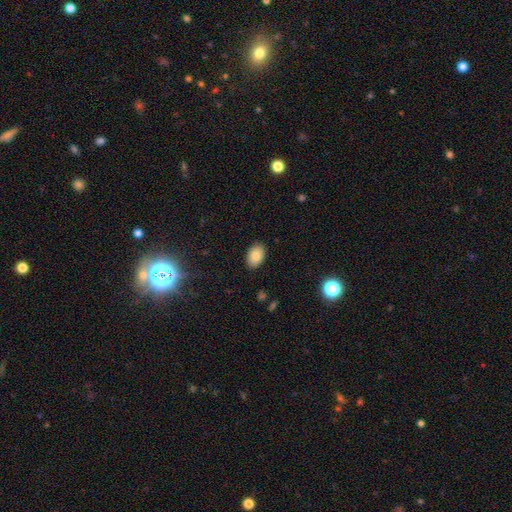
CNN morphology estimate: The model was most divided on "how rounded": in between: 87%, round: 12%, cigar-shaped: 1%. More confident: merging — none (88%); smooth or featured — smooth (85%).